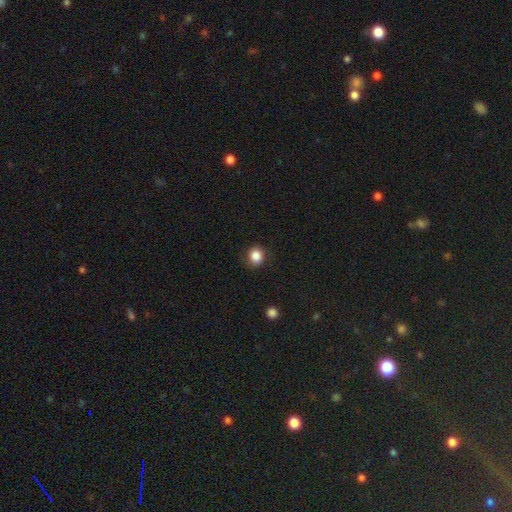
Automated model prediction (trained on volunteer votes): smooth-or-featured: smooth: 85% | star or artifact: 10% | featured or disk: 5%
  how-rounded: round: 76% | in between: 23% | cigar-shaped: 1%
  merging: none: 86% | minor disturbance: 10% | major disturbance: 3% | merger: 1%